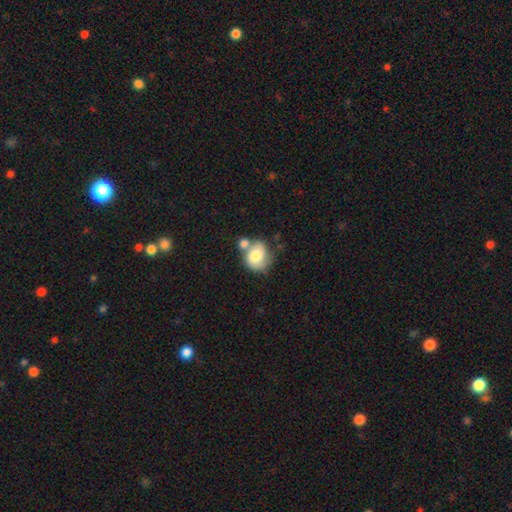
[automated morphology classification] type=smooth (71%); roundness=round (64%); merging=merger (39%).